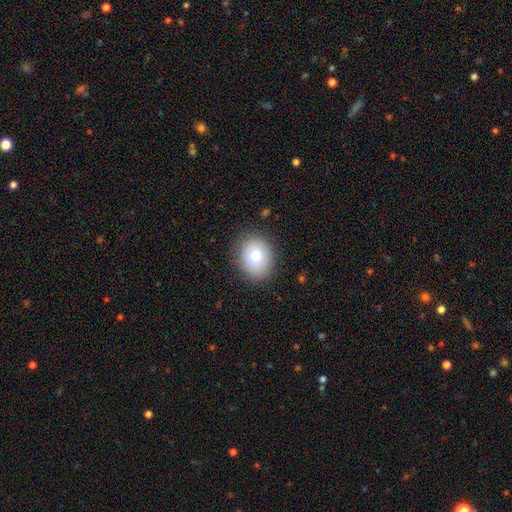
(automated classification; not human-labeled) smooth 75%, featured or disk 14%, star or artifact 11%. Down the decision tree: how rounded — round (62%); merging — none (86%).